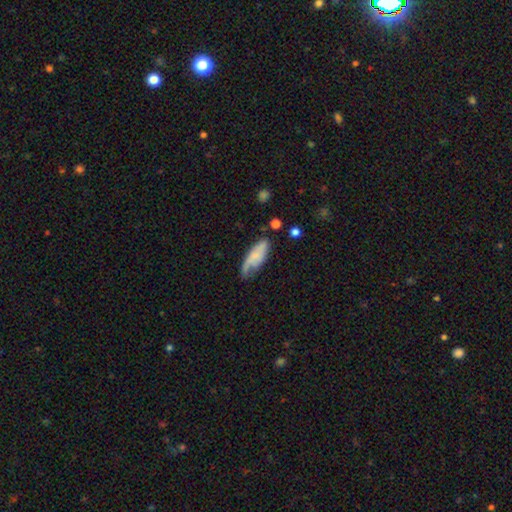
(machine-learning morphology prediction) Smooth or featured?
  - smooth: 54% *
  - featured or disk: 39%
  - star or artifact: 7%
How rounded?
  - in between: 70% *
  - cigar-shaped: 27%
  - round: 2%
Merging?
  - none: 48% *
  - minor disturbance: 33%
  - major disturbance: 15%
  - merger: 4%